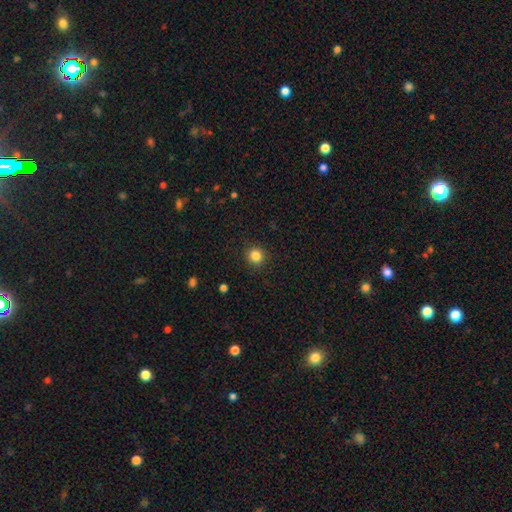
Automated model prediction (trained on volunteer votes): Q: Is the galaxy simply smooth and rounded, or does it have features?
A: smooth — 84%.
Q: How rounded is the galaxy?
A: round — 91%.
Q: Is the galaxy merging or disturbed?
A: none — 91%.